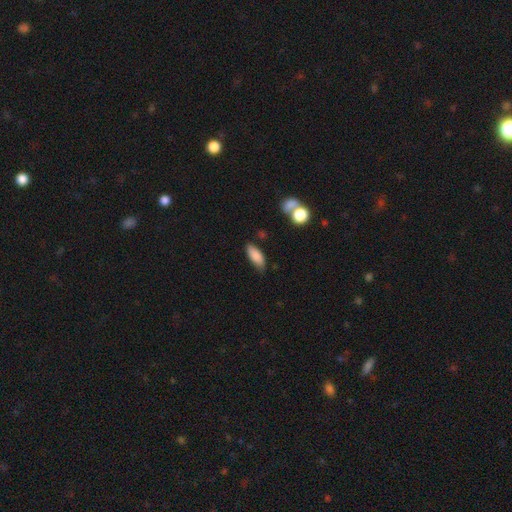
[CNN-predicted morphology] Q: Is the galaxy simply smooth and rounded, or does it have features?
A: smooth — 84%.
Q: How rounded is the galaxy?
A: in between — 79%.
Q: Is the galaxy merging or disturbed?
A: none — 75%.